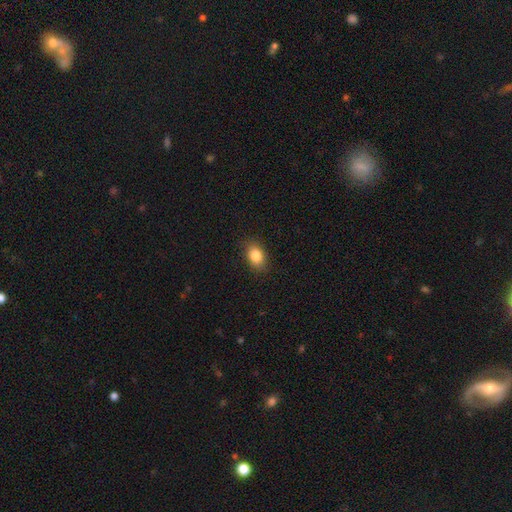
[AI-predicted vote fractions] A smooth galaxy with no disk features (83%) that is in between round and cigar-shaped (73%).

Vote fractions:
- Smooth or featured? smooth: 83% / star or artifact: 10% / featured or disk: 7%
- How rounded? in between: 73% / round: 26% / cigar-shaped: 1%
- Merging? none: 86% / minor disturbance: 10% / major disturbance: 3% / merger: 1%